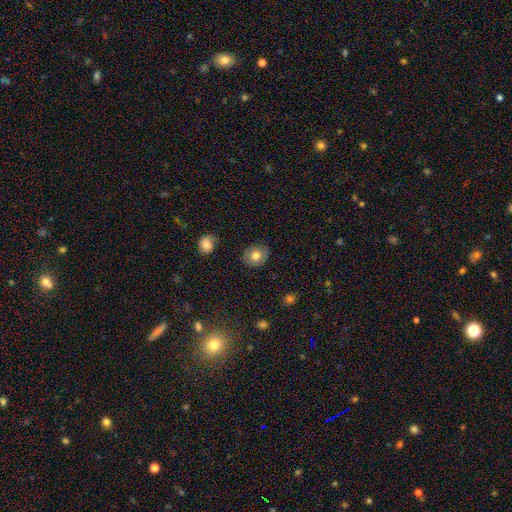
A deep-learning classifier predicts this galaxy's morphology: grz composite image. It shows a smooth galaxy with no disk features (77%) that is round (68%). Merging: none (86%).